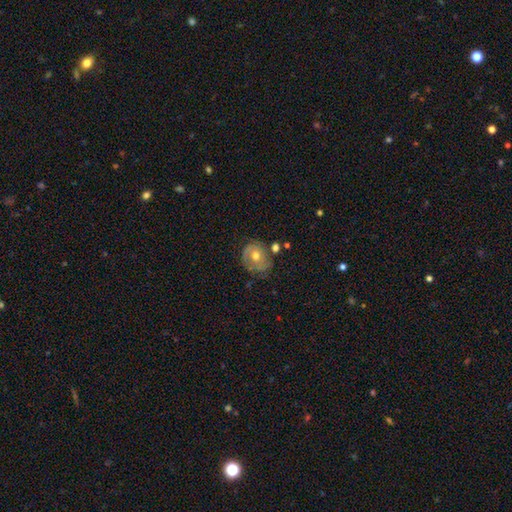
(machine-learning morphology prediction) type=featured or disk (47%); merging=none (62%).